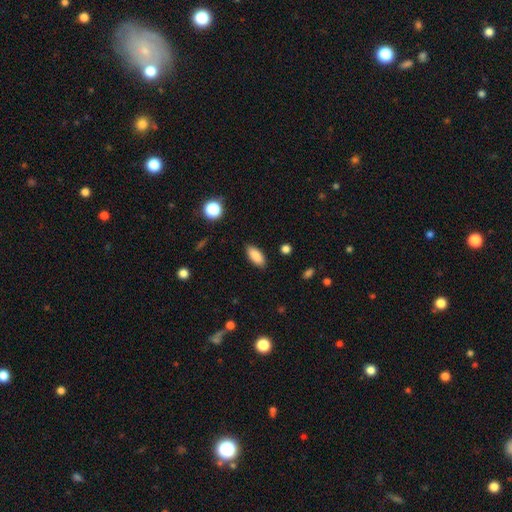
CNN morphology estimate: smooth 88%, star or artifact 7%, featured or disk 5%. Down the decision tree: how rounded — in between (85%); merging — none (88%).